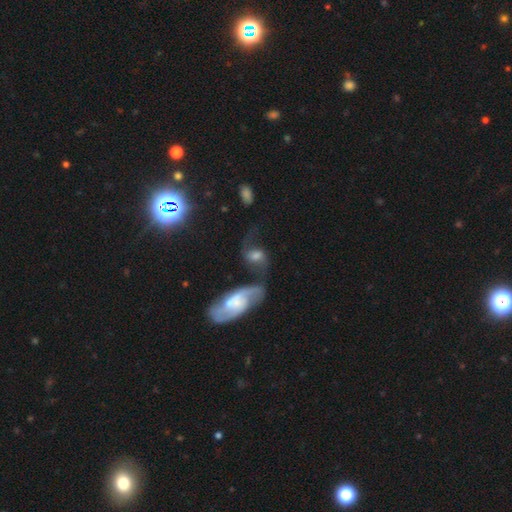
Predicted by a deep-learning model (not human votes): featured or disk 61%, smooth 29%, star or artifact 10%. Down the decision tree: edge-on disk — no (94%); bar — weak (43%, tied with no); spiral arms — yes (87%); bulge size — moderate (41%); merging — none (37%).